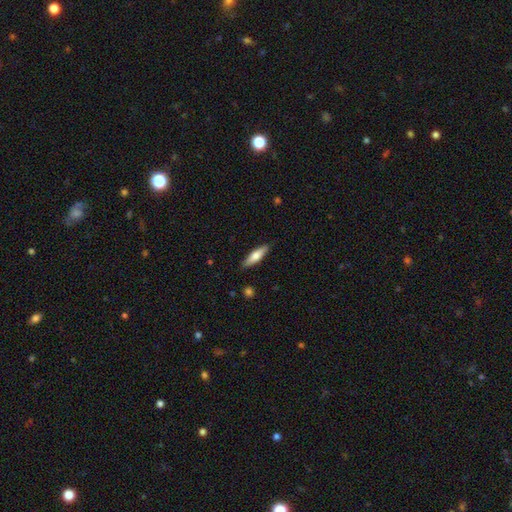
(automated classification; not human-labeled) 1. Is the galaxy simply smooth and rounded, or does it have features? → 62% smooth, 32% featured or disk, 6% star or artifact.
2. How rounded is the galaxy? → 64% cigar-shaped, 34% in between, 2% round.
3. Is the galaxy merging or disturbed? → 88% none, 9% minor disturbance, 2% major disturbance, 1% merger.